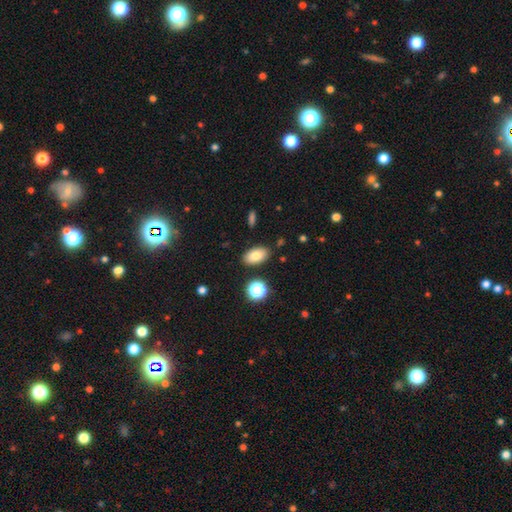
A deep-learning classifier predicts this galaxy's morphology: smooth 81%, star or artifact 10%, featured or disk 9%. Down the decision tree: how rounded — in between (91%); merging — none (85%).